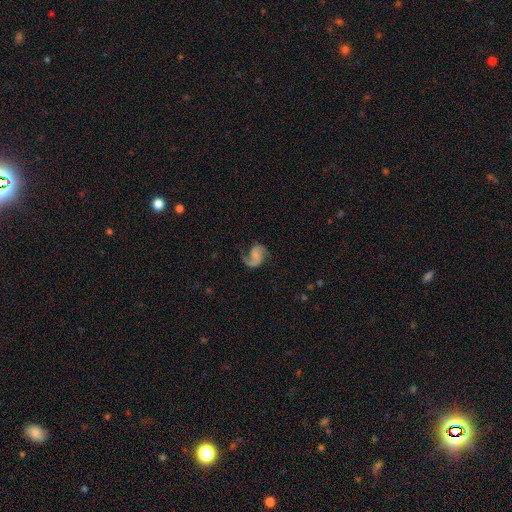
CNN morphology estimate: smooth-or-featured: featured or disk: 83% | smooth: 11% | star or artifact: 6%
  disk-edge-on: no: 98% | yes: 2%
    bar: no: 55% | weak: 34% | strong: 11%
    has-spiral-arms: yes: 96% | no: 4%
      spiral-winding: medium: 44% (tied) | loose: 44% (tied) | tight: 12%
      spiral-arm-count: 2: 77% | 1: 18% | can't tell: 2% | 3: 1% | 4: 1% | more than 4: 1%
    bulge-size: none: 54% | small: 24% | moderate: 14% | large: 6% | dominant: 2%
  merging: none: 66% | minor disturbance: 17% | major disturbance: 15% | merger: 2%